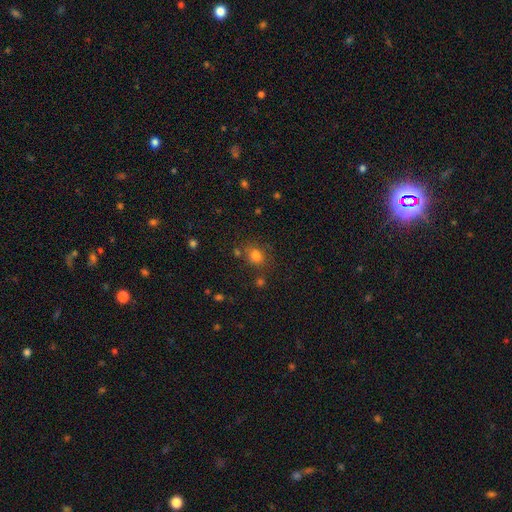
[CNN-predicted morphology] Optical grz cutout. It shows a smooth galaxy with no disk features (76%) that is round (67%). Merging: none (70%).